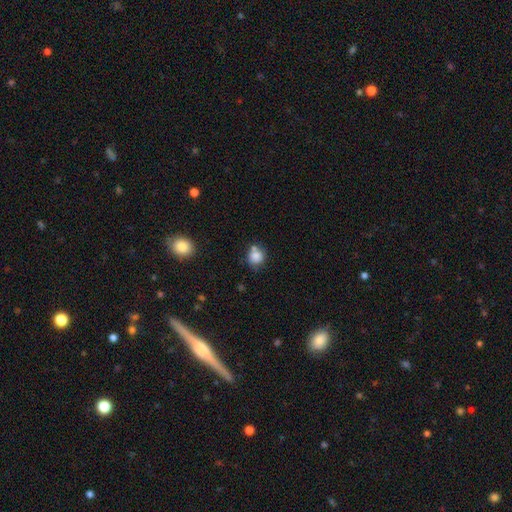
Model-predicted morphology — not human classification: smooth_or_featured: smooth (p=0.82) [alt: star or artifact p=0.10]
how_rounded: round (p=0.83) [alt: in between p=0.16]
merging: none (p=0.59) [alt: merger p=0.22]